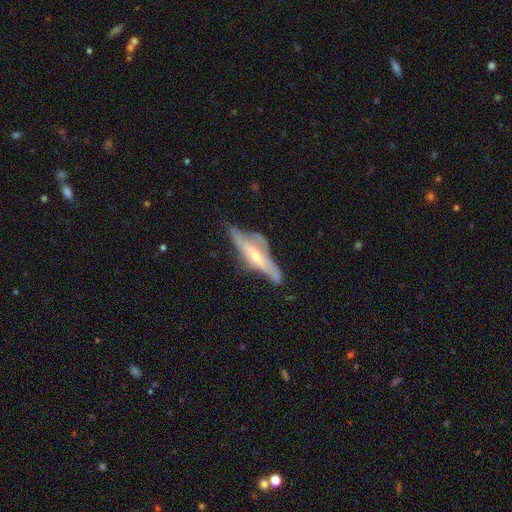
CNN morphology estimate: type=featured or disk (59%); edge-on=yes (61%); merging=major disturbance (33%).